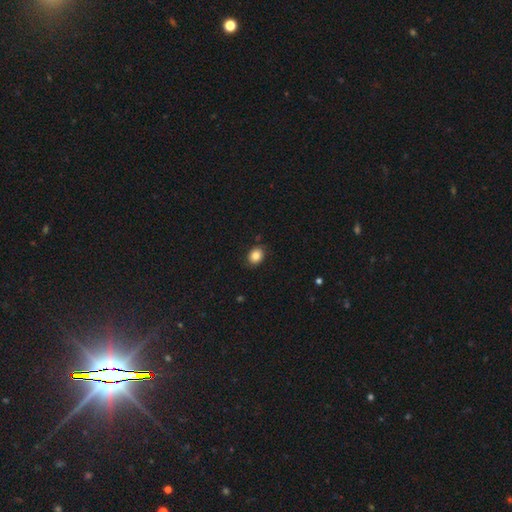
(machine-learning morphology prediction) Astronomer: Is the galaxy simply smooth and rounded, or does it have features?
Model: smooth — 83%.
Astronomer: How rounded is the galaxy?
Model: round — 53% (runner-up: in between, 46%).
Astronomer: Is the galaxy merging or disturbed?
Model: none — 84%.